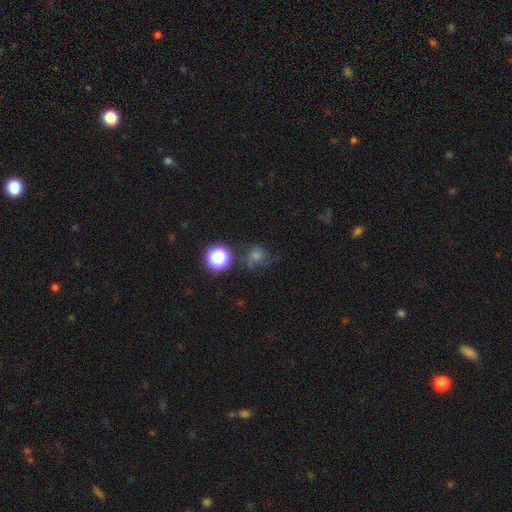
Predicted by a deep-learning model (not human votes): Smooth or featured? Predicted: smooth (p=0.47). Merging? Predicted: none (p=0.62).